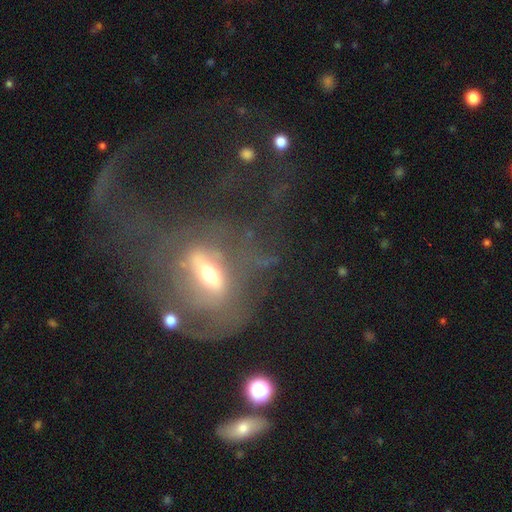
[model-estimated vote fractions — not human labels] Morphology: type=featured or disk (62%); edge-on=no (85%); bar=no (39%); spiral arms=no (66%); bulge=moderate (58%); merging=major disturbance (57%).